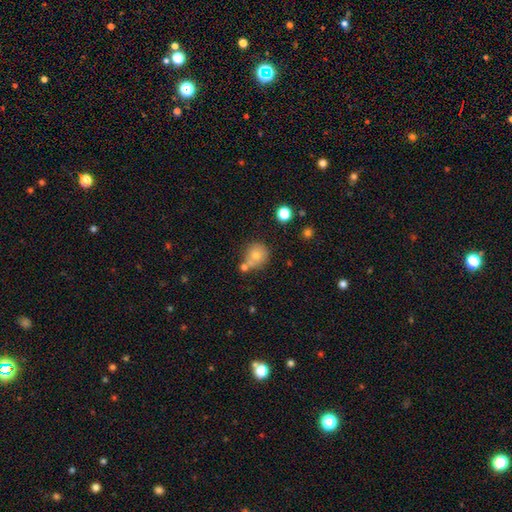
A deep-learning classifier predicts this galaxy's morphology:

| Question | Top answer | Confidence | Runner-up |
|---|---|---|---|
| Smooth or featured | smooth | 73% | featured or disk (15%) |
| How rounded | round | 84% | in between (15%) |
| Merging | none | 56% | merger (24%) |